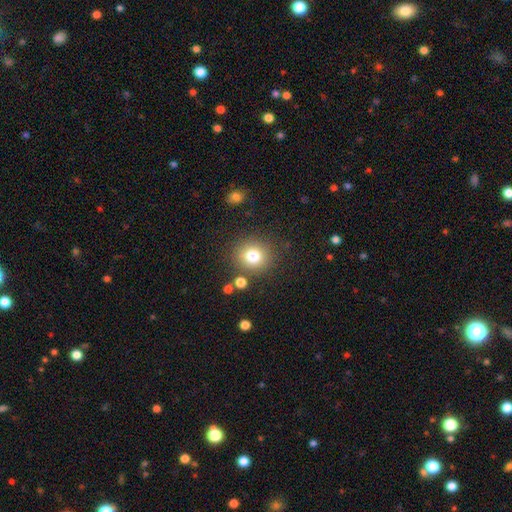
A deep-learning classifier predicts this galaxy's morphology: The model was most divided on "smooth or featured": smooth: 76%, star or artifact: 16%, featured or disk: 9%. More confident: how rounded — round (89%); merging — none (86%).